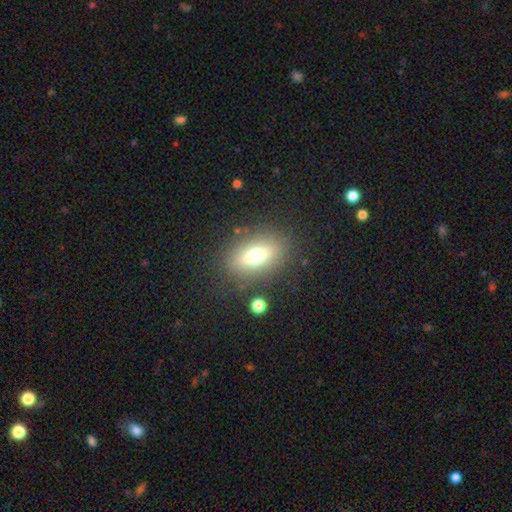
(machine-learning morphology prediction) A smooth galaxy with no disk features (59%) that is in between round and cigar-shaped (74%).

Vote fractions:
- Smooth or featured? smooth: 59% / featured or disk: 29% / star or artifact: 12%
- How rounded? in between: 74% / round: 14% / cigar-shaped: 12%
- Merging? none: 81% / minor disturbance: 11% / major disturbance: 5% / merger: 3%